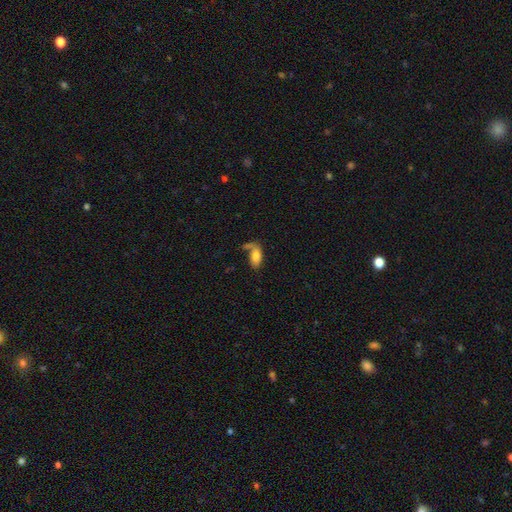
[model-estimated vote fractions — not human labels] This appears to be a smooth galaxy with no disk features (72%) that is in between round and cigar-shaped (89%). Merging: none (44%).